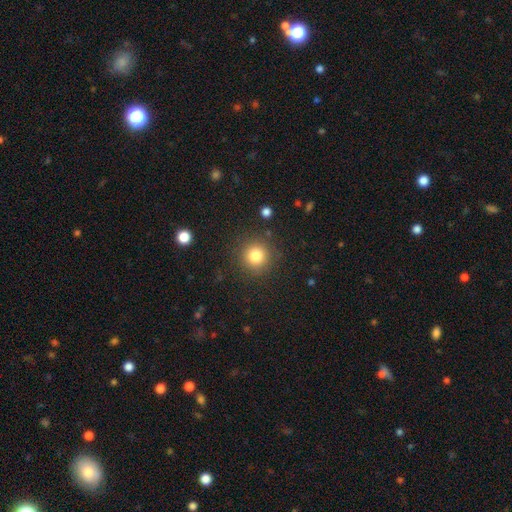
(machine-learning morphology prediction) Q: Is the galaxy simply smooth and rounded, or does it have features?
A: smooth — 82%.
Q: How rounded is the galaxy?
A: round — 94%.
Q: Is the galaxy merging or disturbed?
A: none — 88%.